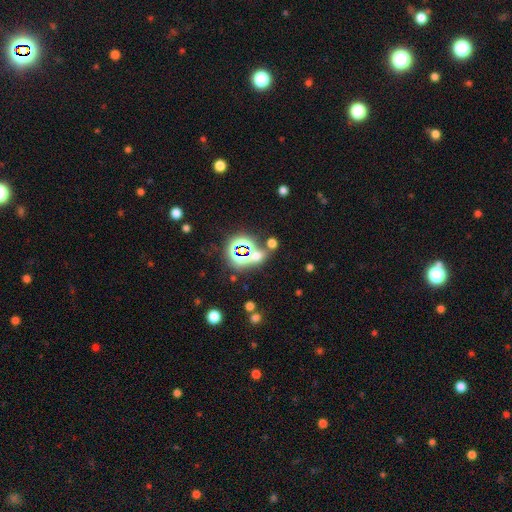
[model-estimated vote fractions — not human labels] A star or artifact, not a galaxy (53%).

Vote fractions:
- Smooth or featured? star or artifact: 53% / smooth: 38% / featured or disk: 9%